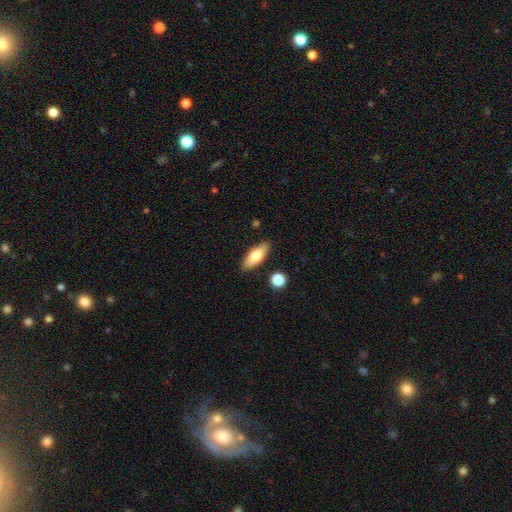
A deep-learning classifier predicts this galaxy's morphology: Q: Smooth or featured?
A: smooth (69%); runner-up: featured or disk (24%)
Q: How rounded?
A: in between (69%); runner-up: cigar-shaped (28%)
Q: Merging?
A: none (87%); runner-up: minor disturbance (9%)